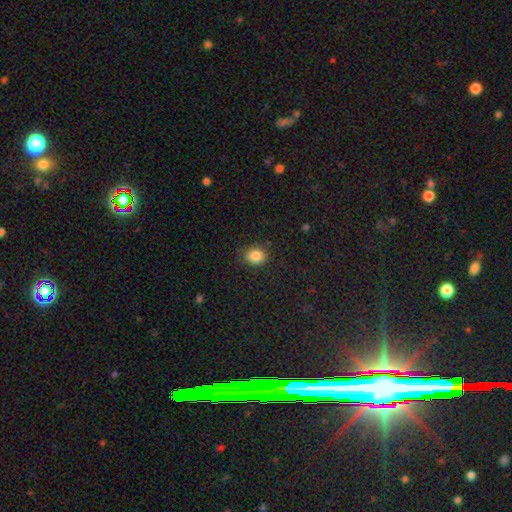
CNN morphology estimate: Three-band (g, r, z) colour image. It shows a smooth galaxy with no disk features (85%) that is round (55%). Merging: none (81%).